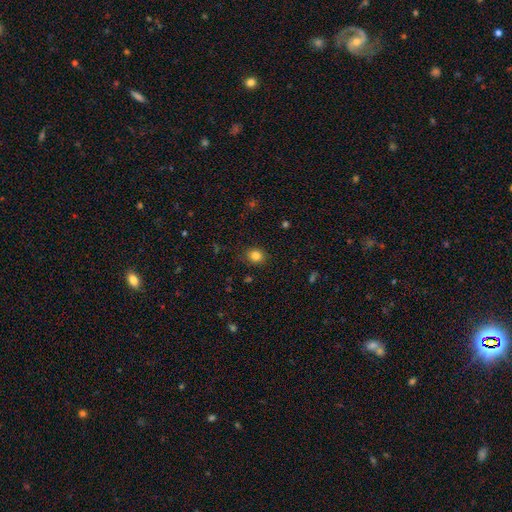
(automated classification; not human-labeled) Overall: smooth (83%). How rounded: round (74%). Merging: none (86%).